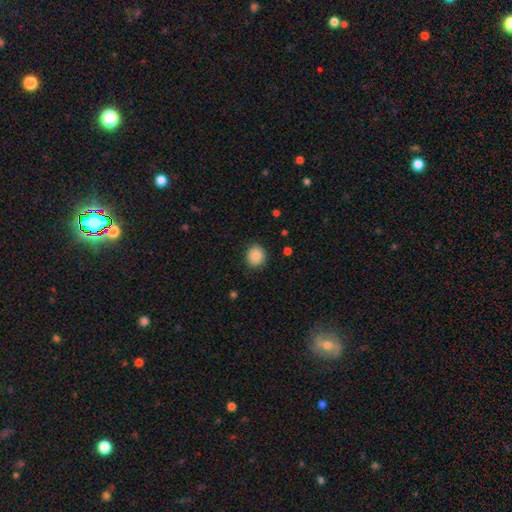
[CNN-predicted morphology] The model was most divided on "how rounded": round: 78%, in between: 21%, cigar-shaped: 1%. More confident: smooth or featured — smooth (87%); merging — none (86%).